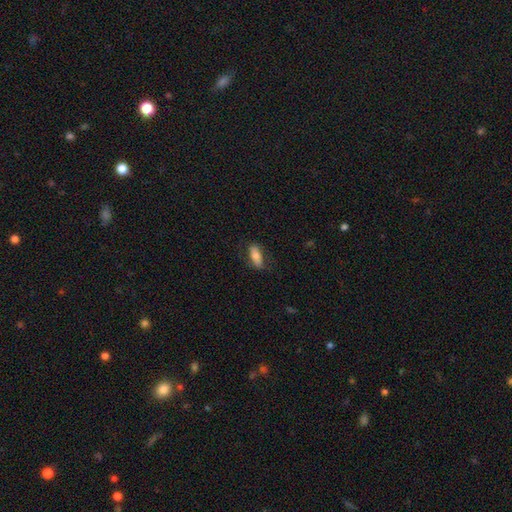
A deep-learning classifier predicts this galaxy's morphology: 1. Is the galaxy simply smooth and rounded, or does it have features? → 72% smooth, 22% featured or disk, 7% star or artifact.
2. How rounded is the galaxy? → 70% in between, 27% cigar-shaped, 3% round.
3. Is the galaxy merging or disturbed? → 75% none, 18% minor disturbance, 6% major disturbance, 1% merger.